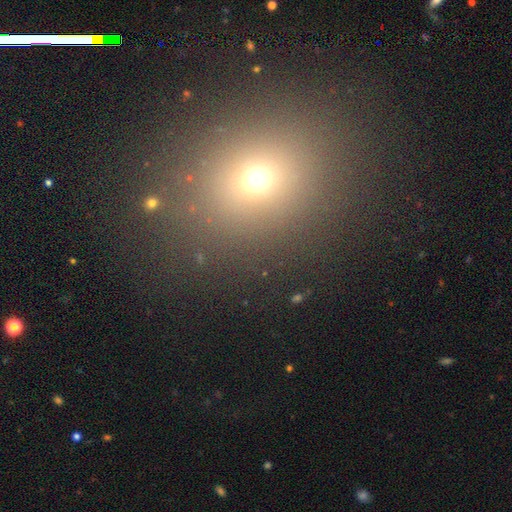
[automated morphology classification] Smooth or featured: smooth — 61% (star or artifact — 30%)
How rounded: round — 63% (in between — 36%)
Merging: none — 87% (minor disturbance — 7%)